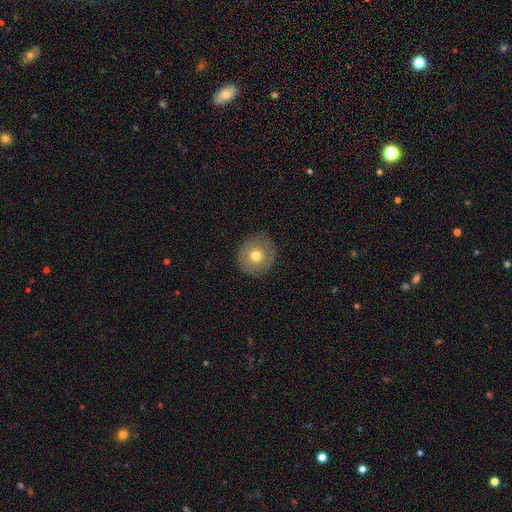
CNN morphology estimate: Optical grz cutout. It shows a smooth galaxy with no disk features (67%) that is round (91%). Merging: none (87%).